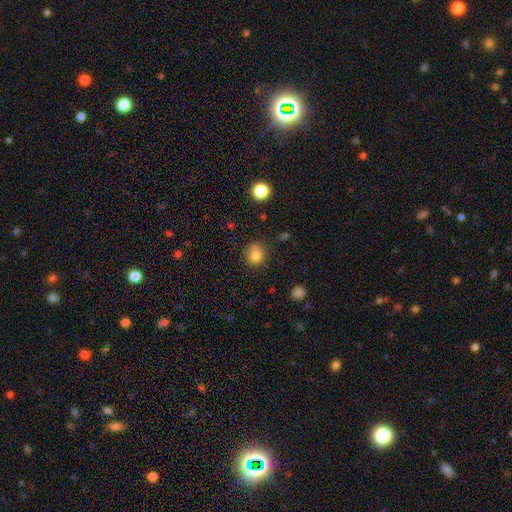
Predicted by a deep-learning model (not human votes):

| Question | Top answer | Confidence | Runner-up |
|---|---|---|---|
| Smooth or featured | smooth | 79% | star or artifact (12%) |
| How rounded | round | 84% | in between (16%) |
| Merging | none | 65% | minor disturbance (18%) |